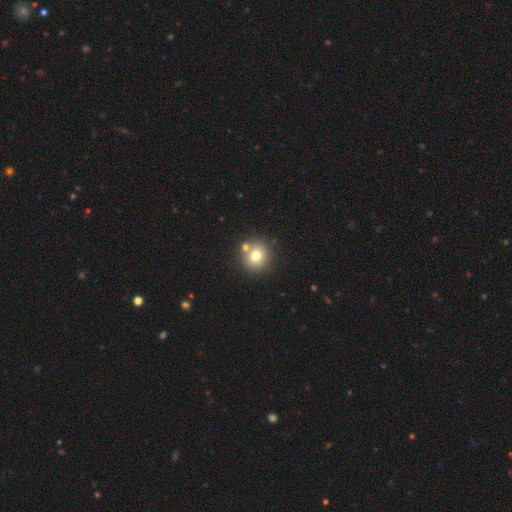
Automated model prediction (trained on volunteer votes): Smooth or featured?
  - smooth: 74% *
  - featured or disk: 13%
  - star or artifact: 13%
How rounded?
  - round: 89% *
  - in between: 10%
  - cigar-shaped: 1%
Merging?
  - none: 73% *
  - merger: 16%
  - minor disturbance: 9%
  - major disturbance: 3%